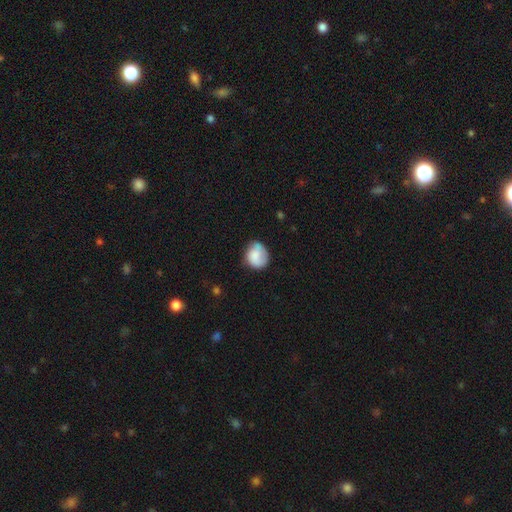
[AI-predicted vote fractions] A smooth galaxy with no disk features (73%) that is round (72%).

Vote fractions:
- Smooth or featured? smooth: 73% / featured or disk: 20% / star or artifact: 7%
- How rounded? round: 72% / in between: 28% / cigar-shaped: 1%
- Merging? none: 59% / minor disturbance: 29% / major disturbance: 10% / merger: 2%